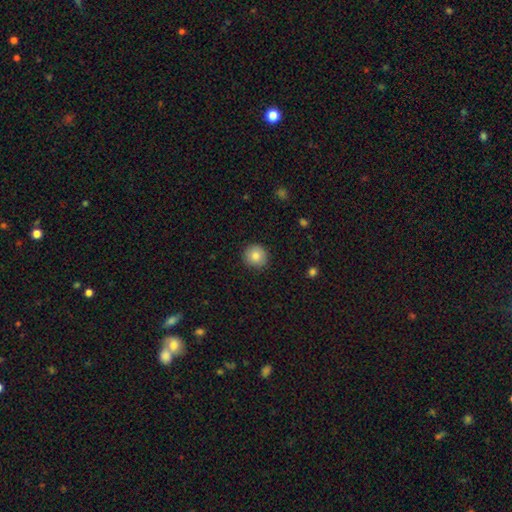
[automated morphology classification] The model was most divided on "smooth or featured": smooth: 84%, star or artifact: 9%, featured or disk: 8%. More confident: how rounded — round (93%); merging — none (90%).